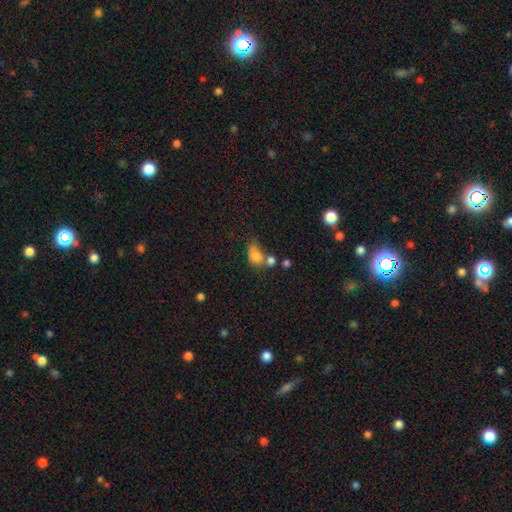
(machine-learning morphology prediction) smooth_or_featured: smooth (p=0.78) [alt: star or artifact p=0.12]
how_rounded: in between (p=0.74) [alt: round p=0.23]
merging: merger (p=0.36) [alt: none p=0.28]